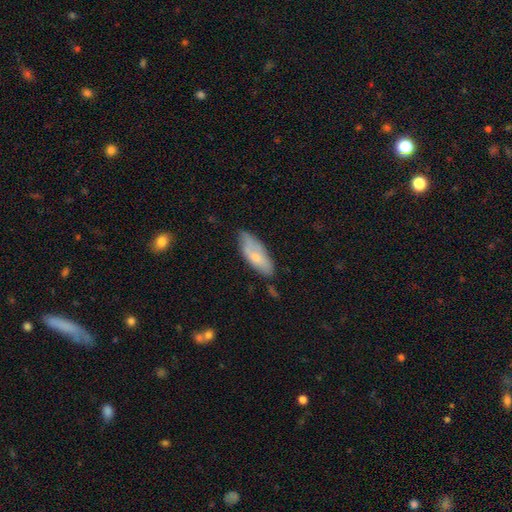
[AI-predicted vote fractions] Smooth or featured? Predicted: smooth (p=0.65). How rounded? Predicted: in between (p=0.77). Merging? Predicted: none (p=0.55).